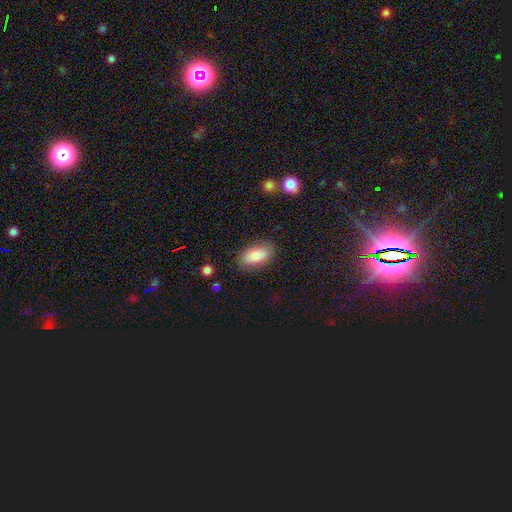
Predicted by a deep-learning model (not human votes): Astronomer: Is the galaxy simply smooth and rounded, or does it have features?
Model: smooth — 79%.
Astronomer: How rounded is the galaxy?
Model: in between — 92%.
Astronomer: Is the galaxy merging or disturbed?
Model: none — 81%.